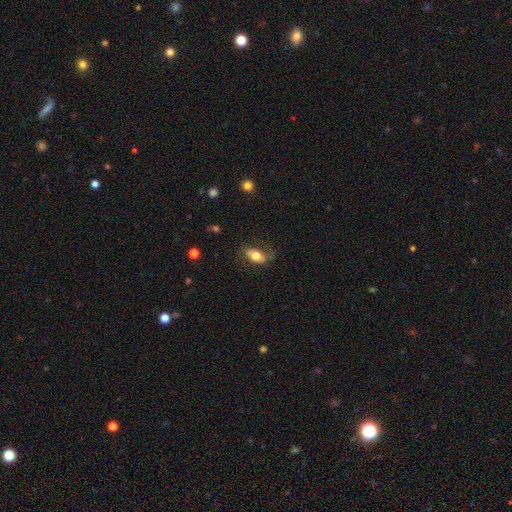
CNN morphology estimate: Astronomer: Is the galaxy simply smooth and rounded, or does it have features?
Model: smooth — 60%.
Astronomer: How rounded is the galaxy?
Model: in between — 89%.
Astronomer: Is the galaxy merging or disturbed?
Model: none — 60%.